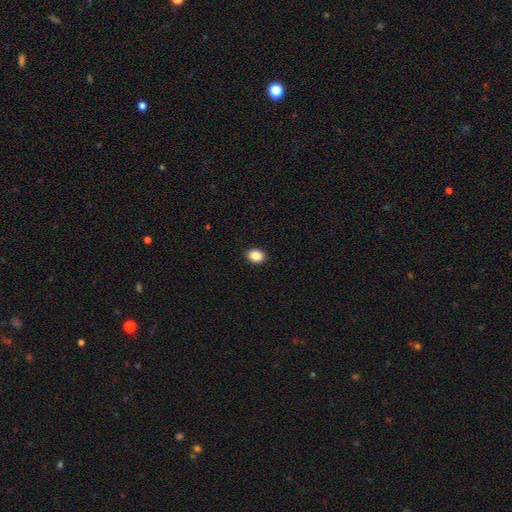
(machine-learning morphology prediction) Smooth or featured: smooth — 89% (star or artifact — 8%)
How rounded: in between — 55% (round — 44%)
Merging: none — 91% (minor disturbance — 6%)